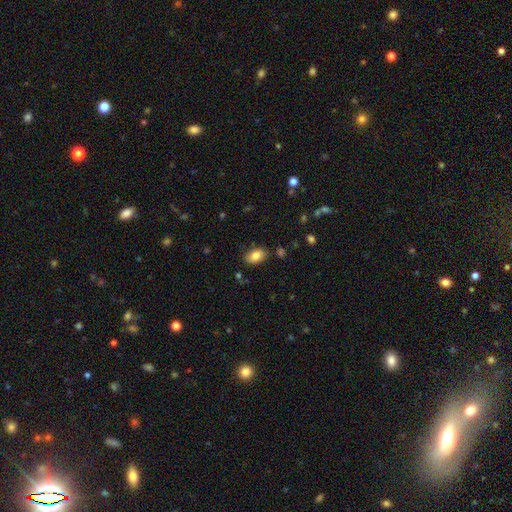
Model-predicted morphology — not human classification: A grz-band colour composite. It shows a smooth galaxy with no disk features (82%) that is in between round and cigar-shaped (92%). Merging: none (82%).